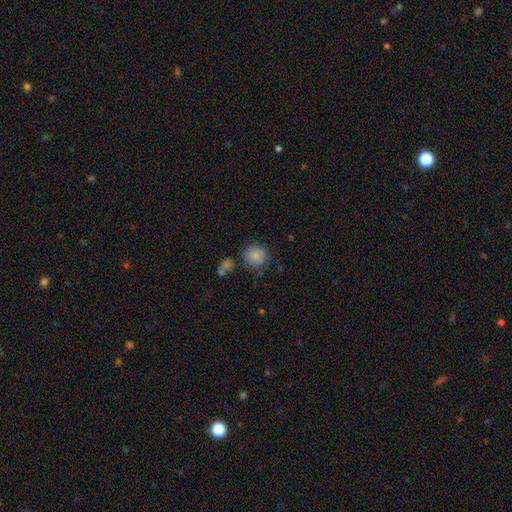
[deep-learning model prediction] smooth_or_featured: smooth (p=0.84) [alt: star or artifact p=0.09]
how_rounded: round (p=0.88) [alt: in between p=0.11]
merging: none (p=0.72) [alt: minor disturbance p=0.16]